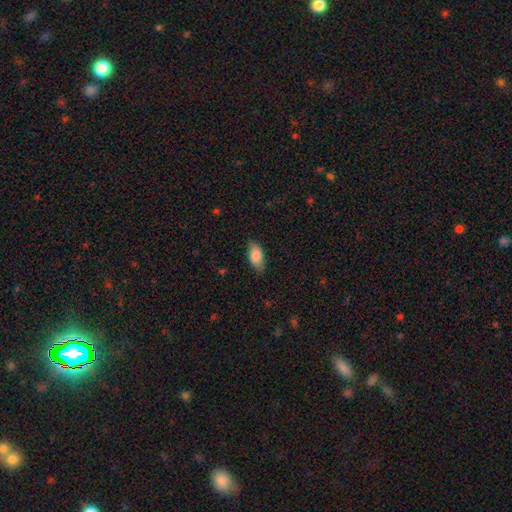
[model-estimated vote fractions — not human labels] Smooth or featured? Predicted: smooth (p=0.83). How rounded? Predicted: in between (p=0.90). Merging? Predicted: none (p=0.80).